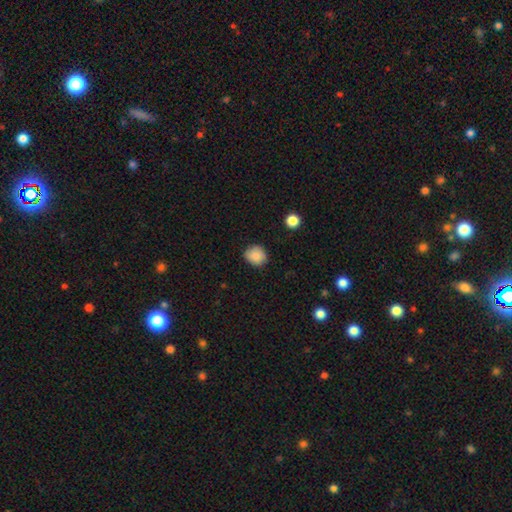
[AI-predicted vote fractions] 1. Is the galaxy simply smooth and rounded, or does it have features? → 87% smooth, 9% star or artifact, 4% featured or disk.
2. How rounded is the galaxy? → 80% round, 19% in between, 1% cigar-shaped.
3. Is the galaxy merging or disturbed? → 83% none, 13% minor disturbance, 3% major disturbance, 1% merger.